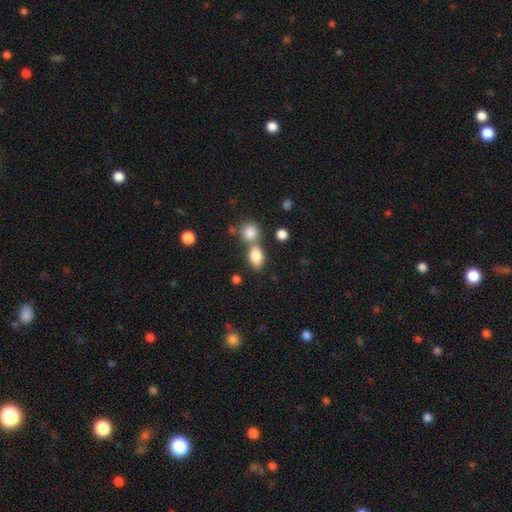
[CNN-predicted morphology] smooth-or-featured: smooth: 83% | star or artifact: 9% | featured or disk: 8%
  how-rounded: in between: 79% | round: 18% | cigar-shaped: 2%
  merging: none: 50% | merger: 36% | minor disturbance: 11% | major disturbance: 4%